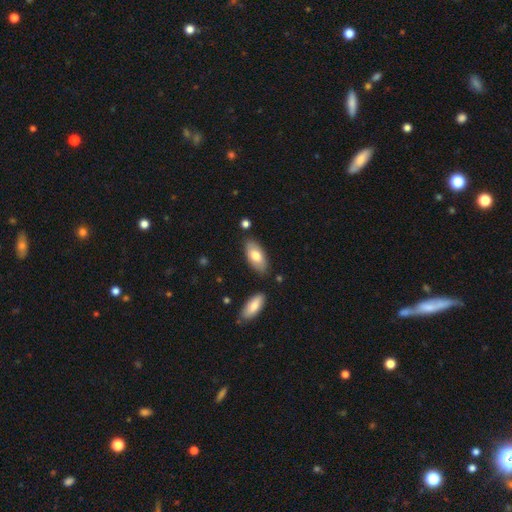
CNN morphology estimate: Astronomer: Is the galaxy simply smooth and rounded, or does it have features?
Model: smooth — 73%.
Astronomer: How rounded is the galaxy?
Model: in between — 91%.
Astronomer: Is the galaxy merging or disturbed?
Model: none — 80%.